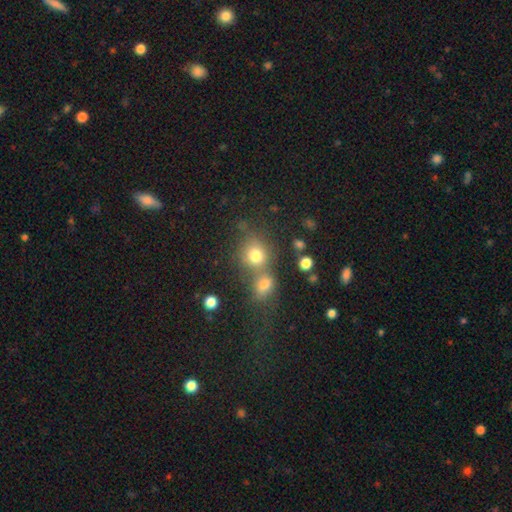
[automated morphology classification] The model was most divided on "merging": none: 46%, merger: 40%, minor disturbance: 9%, major disturbance: 5%. More confident: how rounded — round (78%); smooth or featured — smooth (76%).